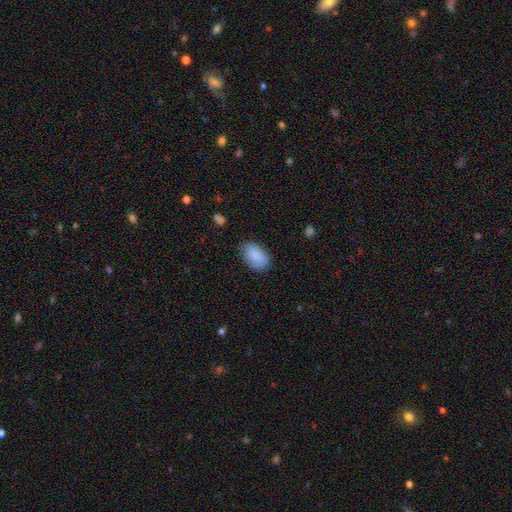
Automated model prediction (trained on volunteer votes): Morphology: type=smooth (88%); roundness=in between (92%); merging=none (78%).